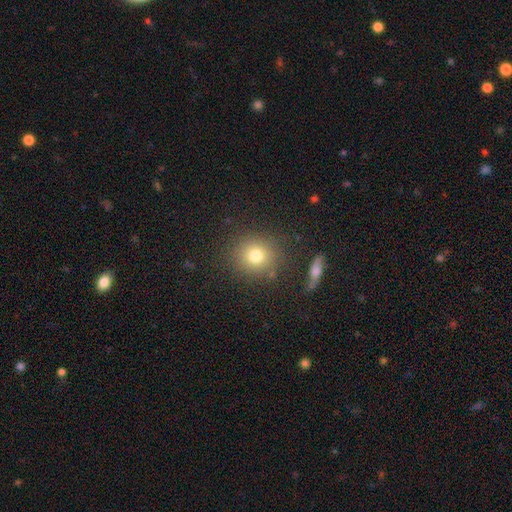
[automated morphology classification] Smooth or featured: smooth — 77% (star or artifact — 13%)
How rounded: round — 88% (in between — 11%)
Merging: none — 84% (minor disturbance — 9%)